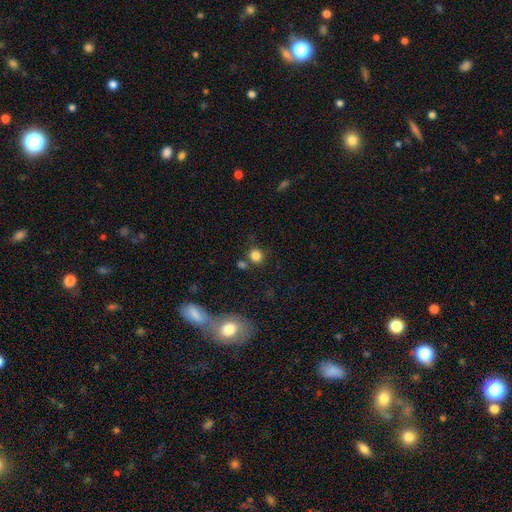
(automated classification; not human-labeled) Q: Smooth or featured?
A: smooth (82%); runner-up: star or artifact (12%)
Q: How rounded?
A: round (84%); runner-up: in between (15%)
Q: Merging?
A: none (75%); runner-up: merger (12%)